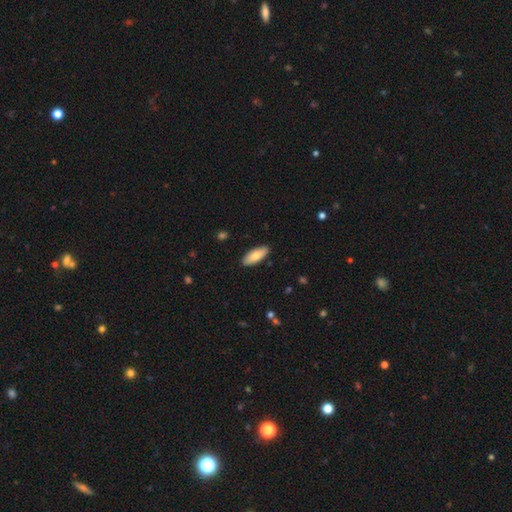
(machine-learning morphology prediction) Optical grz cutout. It shows a smooth galaxy with no disk features (79%) that is in between round and cigar-shaped (76%). Merging: none (89%).